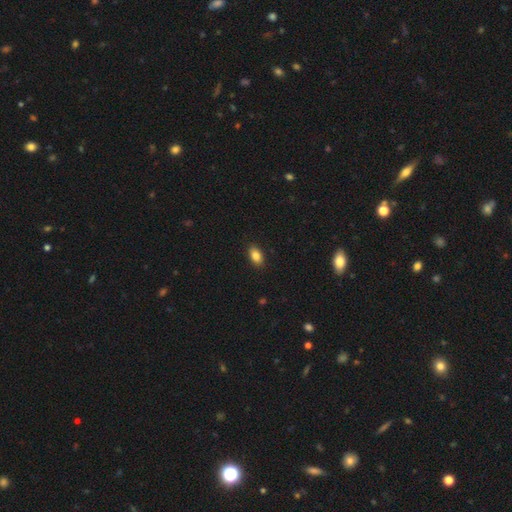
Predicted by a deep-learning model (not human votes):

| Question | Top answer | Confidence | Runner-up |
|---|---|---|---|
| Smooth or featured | smooth | 86% | star or artifact (9%) |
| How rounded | in between | 91% | round (7%) |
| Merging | none | 89% | minor disturbance (8%) |